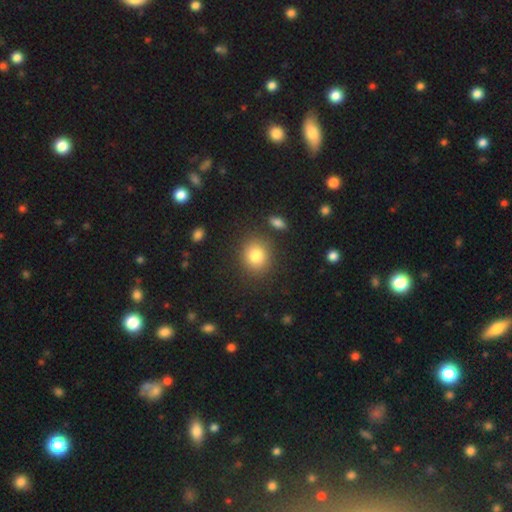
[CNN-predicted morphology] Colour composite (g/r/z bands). It shows a smooth galaxy with no disk features (82%) that is round (77%). Merging: none (85%).